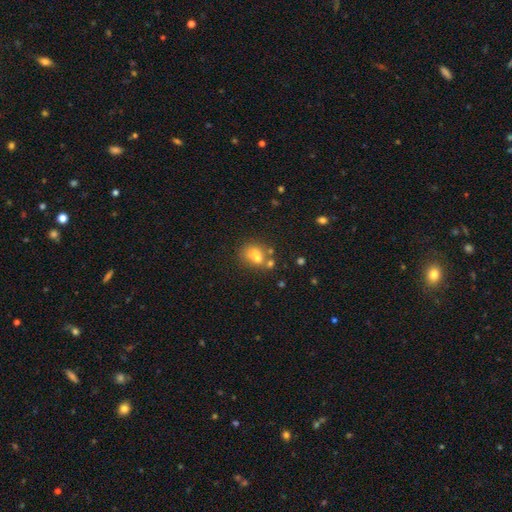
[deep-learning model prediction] This appears to be a smooth galaxy with no disk features (61%) that is round (61%). Merging: merger (50%).